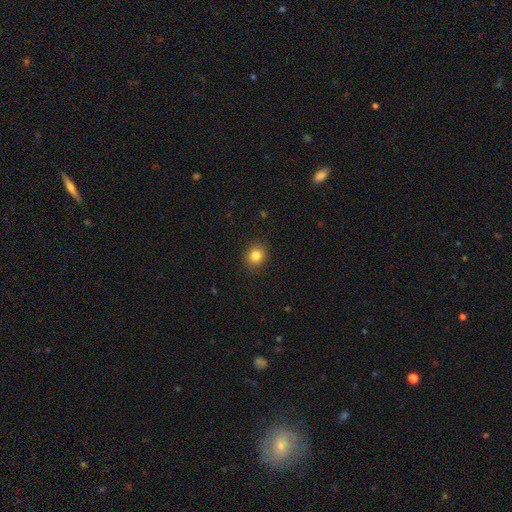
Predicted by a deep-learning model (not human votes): A smooth galaxy with no disk features (83%) that is round (82%).

Vote fractions:
- Smooth or featured? smooth: 83% / star or artifact: 11% / featured or disk: 6%
- How rounded? round: 82% / in between: 17% / cigar-shaped: 1%
- Merging? none: 90% / minor disturbance: 7% / major disturbance: 2% / merger: 1%